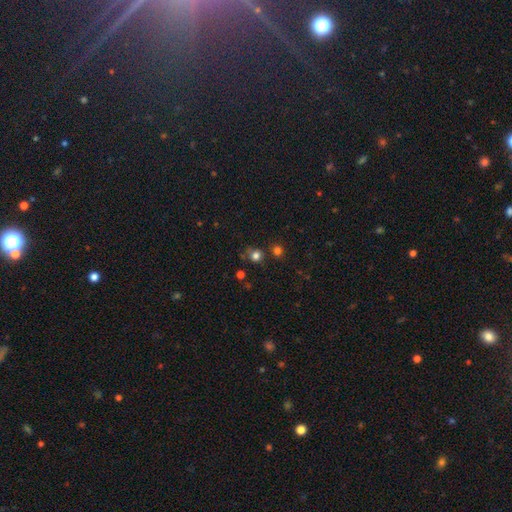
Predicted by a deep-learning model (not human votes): Smooth or featured: smooth — 75% (star or artifact — 19%)
How rounded: round — 83% (in between — 16%)
Merging: none — 69% (minor disturbance — 14%)